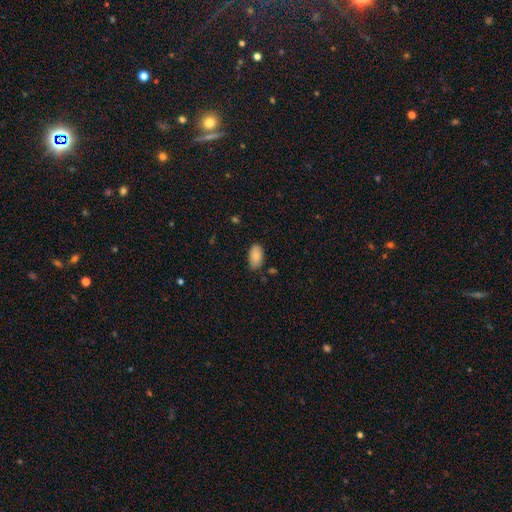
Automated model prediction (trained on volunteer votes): smooth 84%, featured or disk 9%, star or artifact 7%. Down the decision tree: how rounded — in between (94%); merging — none (76%).